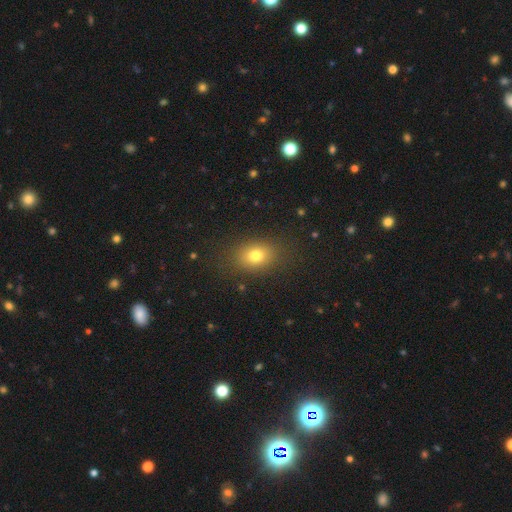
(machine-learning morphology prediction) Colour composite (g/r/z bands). It shows a smooth galaxy with no disk features (77%) that is in between round and cigar-shaped (67%). Merging: none (84%).